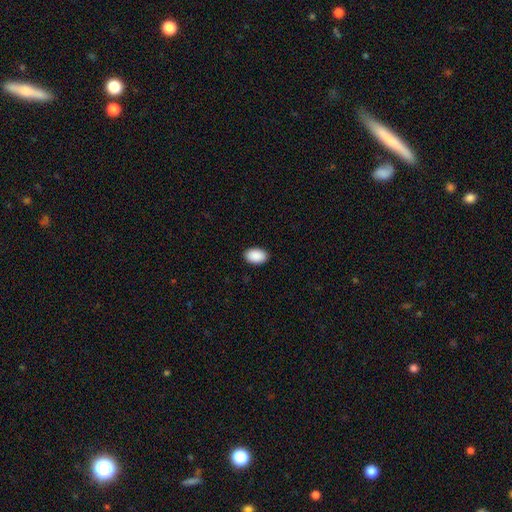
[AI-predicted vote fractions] A smooth galaxy with no disk features (91%) that is in between round and cigar-shaped (92%). Merging: none (90%).